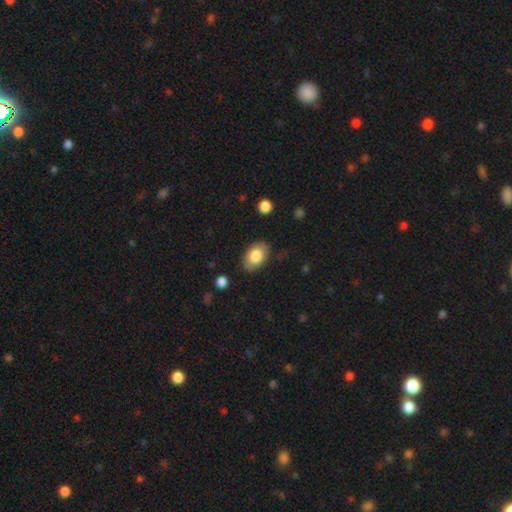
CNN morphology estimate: Q: Smooth or featured?
A: smooth (78%); runner-up: featured or disk (15%)
Q: How rounded?
A: in between (89%); runner-up: round (10%)
Q: Merging?
A: none (81%); runner-up: minor disturbance (14%)